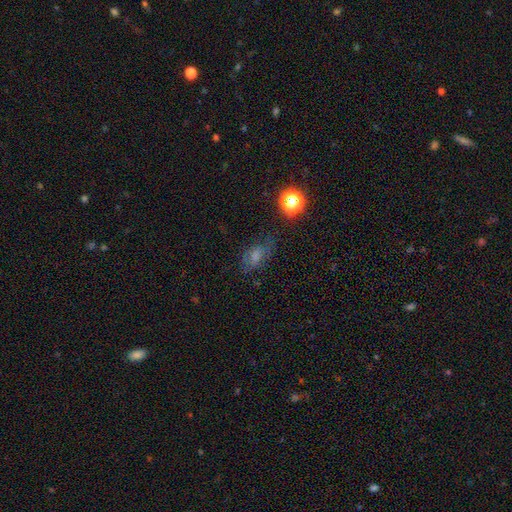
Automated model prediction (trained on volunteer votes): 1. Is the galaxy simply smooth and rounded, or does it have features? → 52% smooth, 26% featured or disk, 22% star or artifact.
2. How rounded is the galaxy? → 77% in between, 18% round, 4% cigar-shaped.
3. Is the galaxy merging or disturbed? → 62% none, 22% minor disturbance, 13% major disturbance, 3% merger.